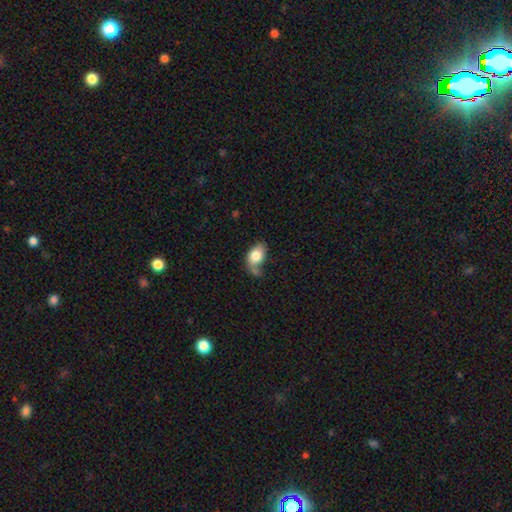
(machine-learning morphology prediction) A smooth galaxy with no disk features (79%) that is in between round and cigar-shaped (83%). Merging: none (39%).